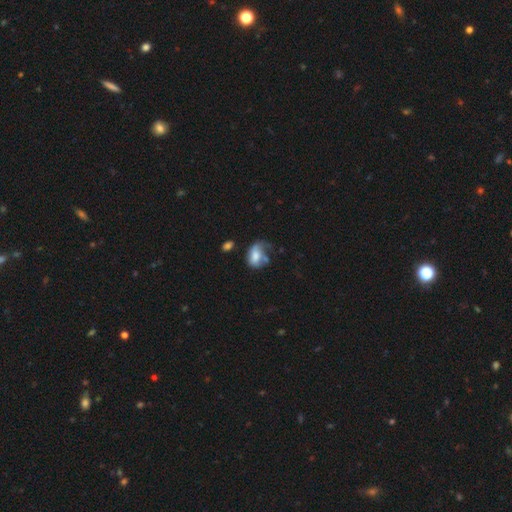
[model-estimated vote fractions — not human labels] Smooth or featured? smooth (61%)
How rounded? in between (79%)
Merging? major disturbance (37%)